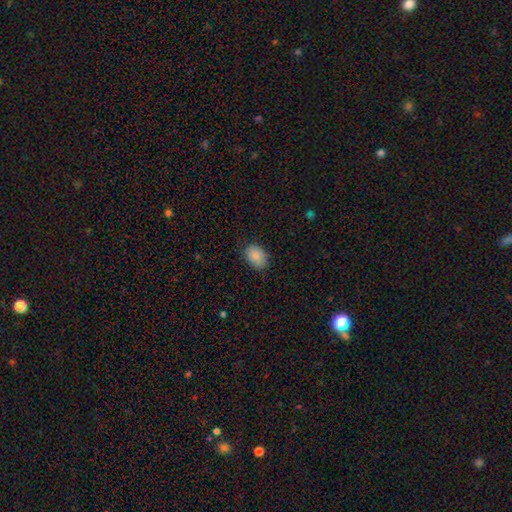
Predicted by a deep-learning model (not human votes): Smooth or featured? Predicted: smooth (p=0.88). How rounded? Predicted: in between (p=0.80). Merging? Predicted: none (p=0.81).